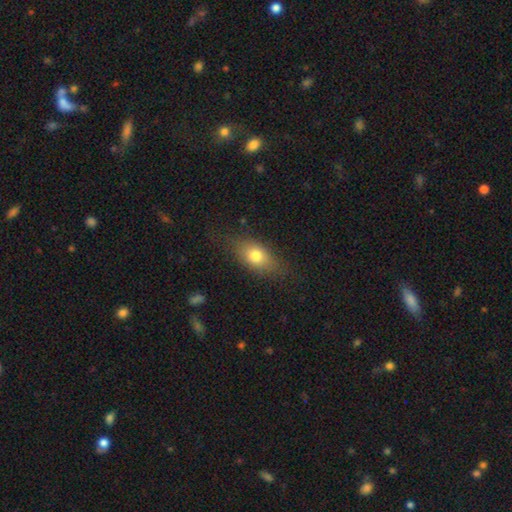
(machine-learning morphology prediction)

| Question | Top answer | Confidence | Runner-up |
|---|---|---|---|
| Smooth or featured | smooth | 75% | featured or disk (16%) |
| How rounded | in between | 78% | round (15%) |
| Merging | none | 74% | minor disturbance (18%) |